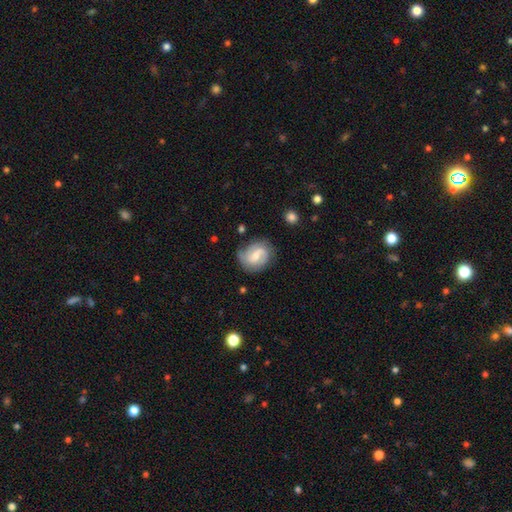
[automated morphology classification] A featured or disk galaxy (72%) with a weak bar (57%), 2 (70%) medium (45%) spiral arms (93%) and a small central bulge (44%, tied with moderate). Merging: none (69%).